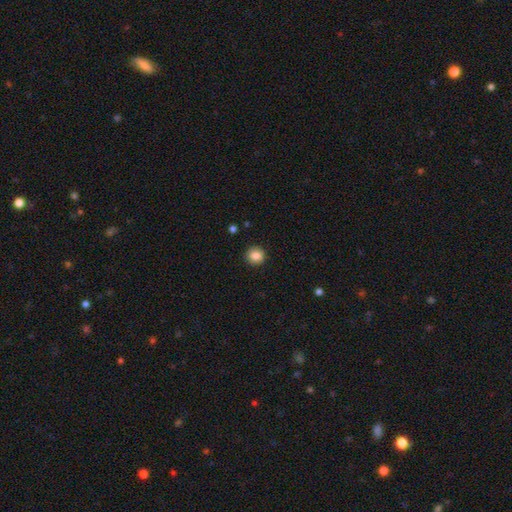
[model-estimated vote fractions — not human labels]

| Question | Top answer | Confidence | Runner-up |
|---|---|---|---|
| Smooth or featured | smooth | 86% | star or artifact (9%) |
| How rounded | round | 92% | in between (8%) |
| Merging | none | 91% | minor disturbance (6%) |